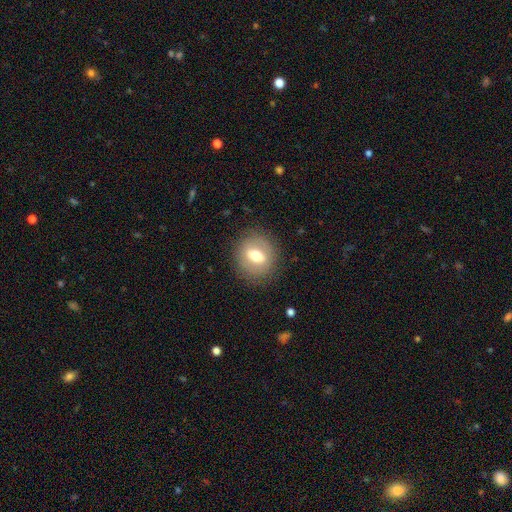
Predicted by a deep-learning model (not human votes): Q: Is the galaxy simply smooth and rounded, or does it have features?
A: smooth — 57%.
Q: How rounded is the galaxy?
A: round — 64%.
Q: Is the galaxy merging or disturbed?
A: none — 84%.